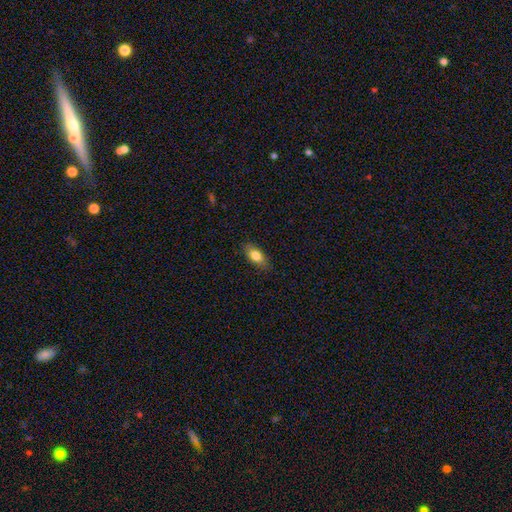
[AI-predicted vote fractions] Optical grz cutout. It shows a smooth galaxy with no disk features (79%) that is in between round and cigar-shaped (83%). Merging: none (83%).